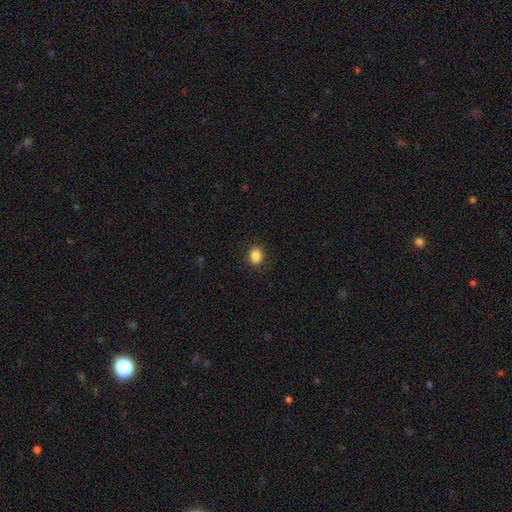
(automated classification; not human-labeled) Q: Smooth or featured?
A: smooth (86%); runner-up: star or artifact (9%)
Q: How rounded?
A: in between (63%); runner-up: round (36%)
Q: Merging?
A: none (88%); runner-up: minor disturbance (8%)